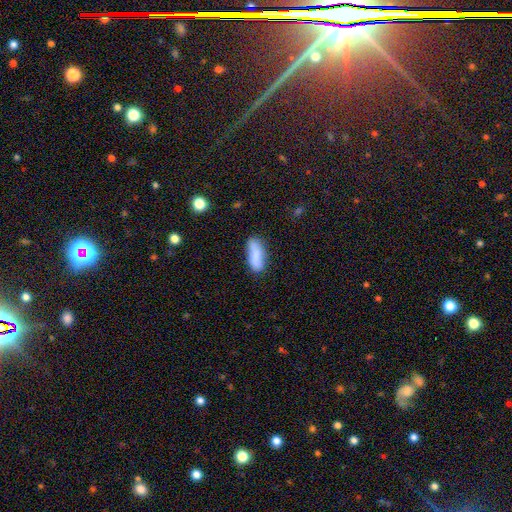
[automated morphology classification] Smooth or featured? smooth (82%)
How rounded? in between (68%)
Merging? none (67%)